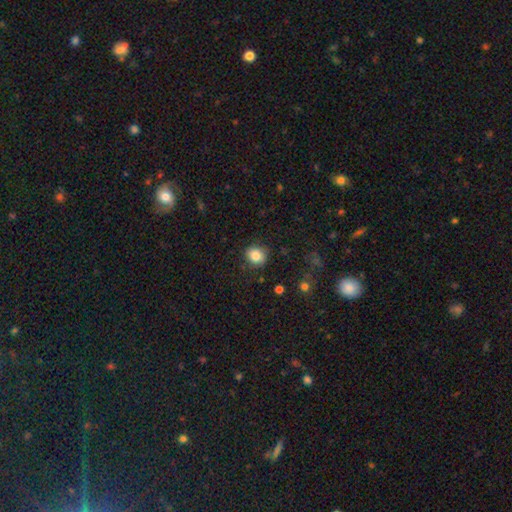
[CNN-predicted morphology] Q: Smooth or featured?
A: smooth (85%); runner-up: star or artifact (10%)
Q: How rounded?
A: round (73%); runner-up: in between (26%)
Q: Merging?
A: none (83%); runner-up: minor disturbance (12%)